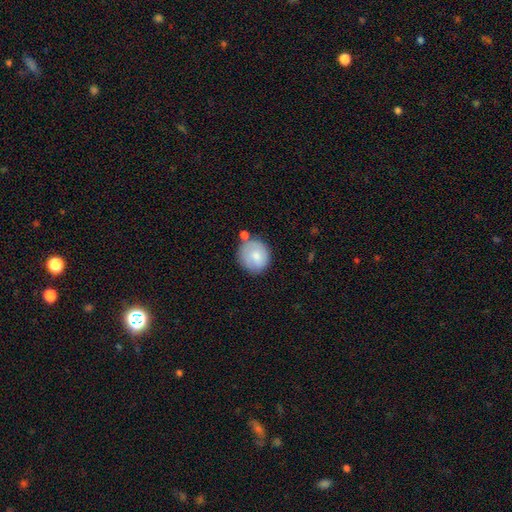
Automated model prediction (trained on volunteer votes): A smooth galaxy with no disk features (76%) that is round (84%). Merging: none (63%).